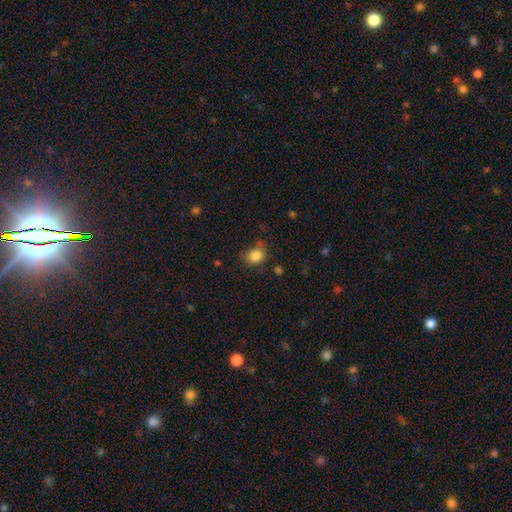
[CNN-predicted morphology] The model was most divided on "how rounded": round: 57%, in between: 42%, cigar-shaped: 1%. More confident: smooth or featured — smooth (83%); merging — none (63%).